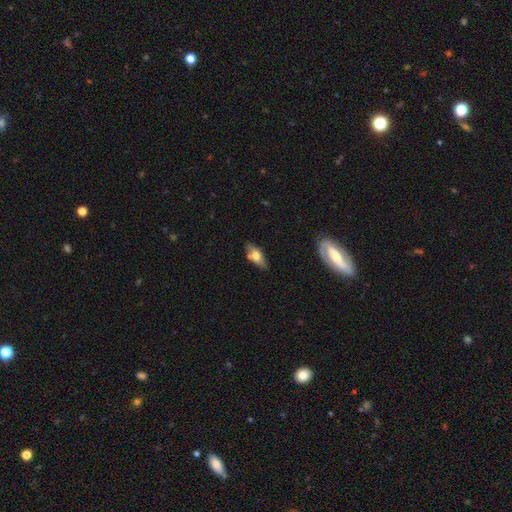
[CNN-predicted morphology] A smooth galaxy with no disk features (60%) that is in between round and cigar-shaped (78%). Merging: none (68%).